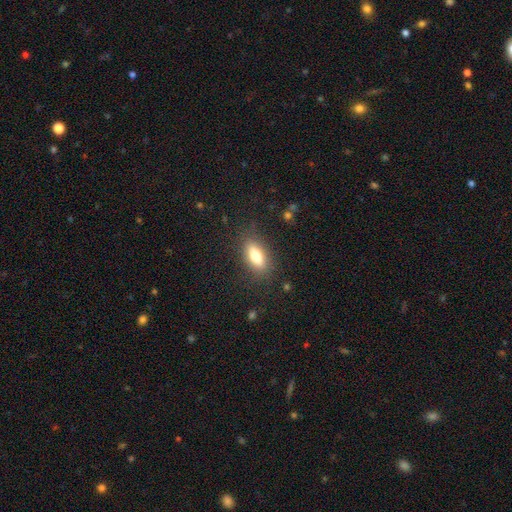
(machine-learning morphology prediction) type=smooth (74%); roundness=in between (75%); merging=none (84%).